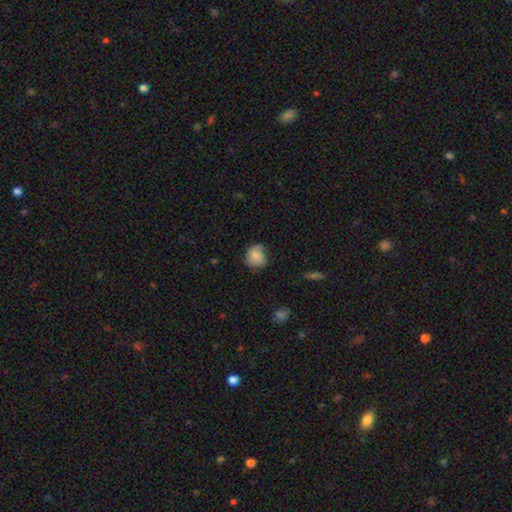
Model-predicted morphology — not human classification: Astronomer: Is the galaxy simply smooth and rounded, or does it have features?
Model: smooth — 78%.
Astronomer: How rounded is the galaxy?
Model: round — 72%.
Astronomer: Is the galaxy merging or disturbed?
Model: none — 52% (runner-up: minor disturbance, 36%).